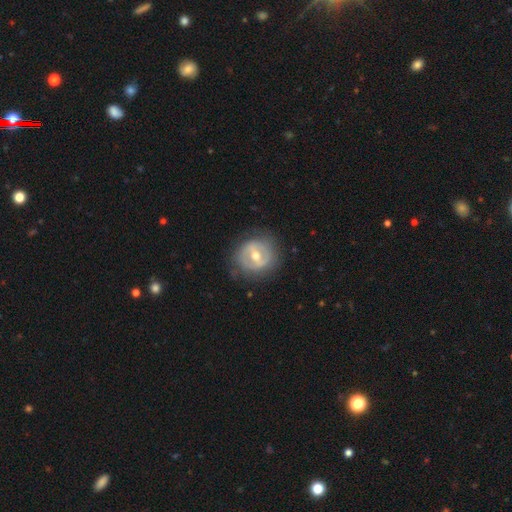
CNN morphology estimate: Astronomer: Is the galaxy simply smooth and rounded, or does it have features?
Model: featured or disk — 68%.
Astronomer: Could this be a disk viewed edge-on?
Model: no — 95%.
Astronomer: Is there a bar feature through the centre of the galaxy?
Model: strong — 46% (runner-up: weak, 38%).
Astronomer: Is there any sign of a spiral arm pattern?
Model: no — 67%.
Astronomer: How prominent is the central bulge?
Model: moderate — 75%.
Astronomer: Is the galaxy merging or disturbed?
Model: none — 79%.